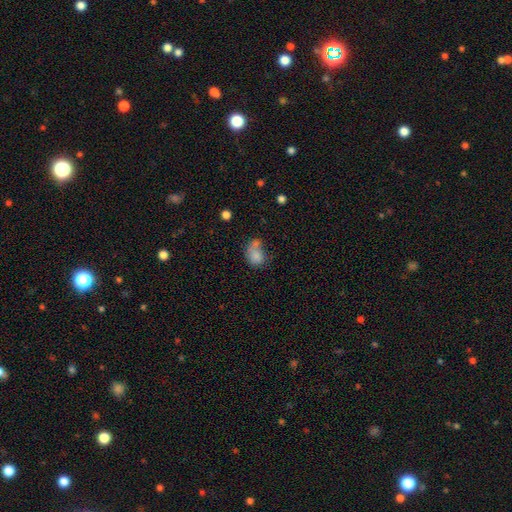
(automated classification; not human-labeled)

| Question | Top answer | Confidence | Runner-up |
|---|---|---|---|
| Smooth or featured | smooth | 76% | featured or disk (15%) |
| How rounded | in between | 60% | round (39%) |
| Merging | merger | 35% | none (30%) |